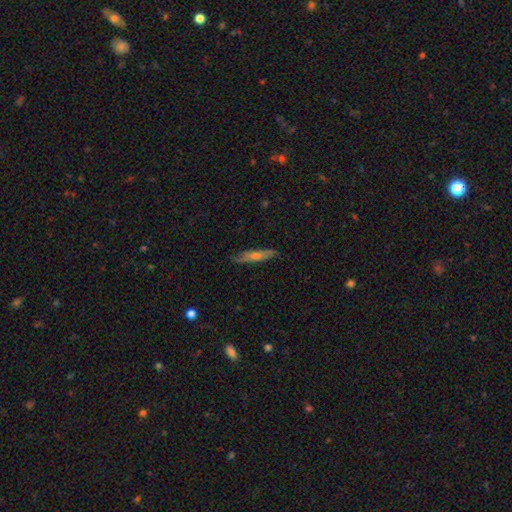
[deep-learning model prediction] Morphology: type=featured or disk (51%); edge-on=yes (85%); merging=none (84%).